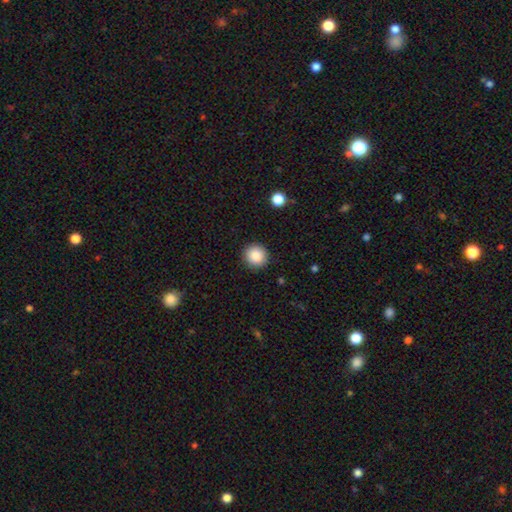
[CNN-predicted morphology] A smooth galaxy with no disk features (87%) that is round (93%). Merging: none (91%).